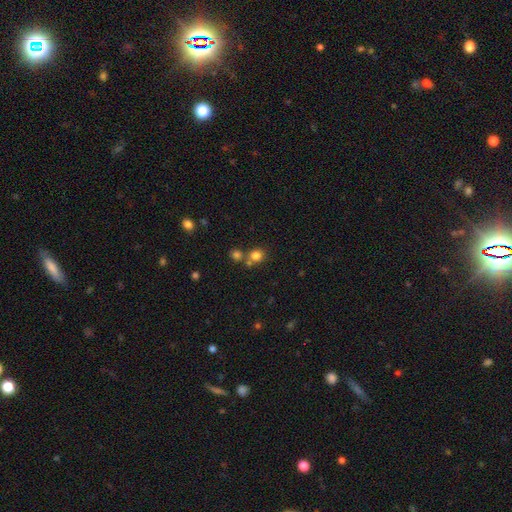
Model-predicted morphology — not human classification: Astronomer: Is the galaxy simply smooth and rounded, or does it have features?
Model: smooth — 79%.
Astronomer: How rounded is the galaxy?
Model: round — 84%.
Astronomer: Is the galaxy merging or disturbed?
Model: none — 62%.